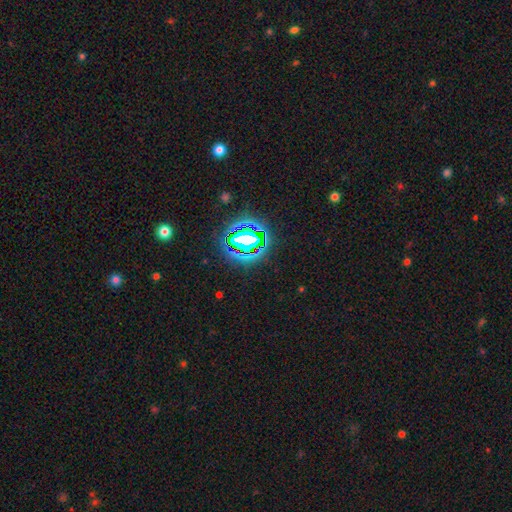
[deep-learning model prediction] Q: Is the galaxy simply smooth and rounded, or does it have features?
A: star or artifact — 83%.